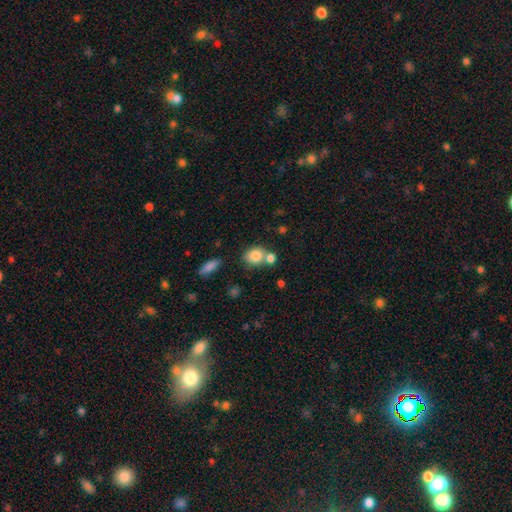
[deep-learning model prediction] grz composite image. It shows a smooth galaxy with no disk features (81%) that is round (53%). Merging: none (52%).